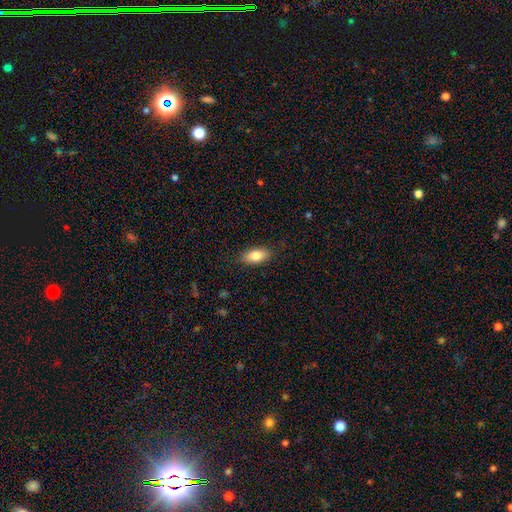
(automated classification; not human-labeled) Q: Smooth or featured?
A: smooth (82%); runner-up: featured or disk (11%)
Q: How rounded?
A: in between (88%); runner-up: cigar-shaped (8%)
Q: Merging?
A: none (86%); runner-up: minor disturbance (11%)